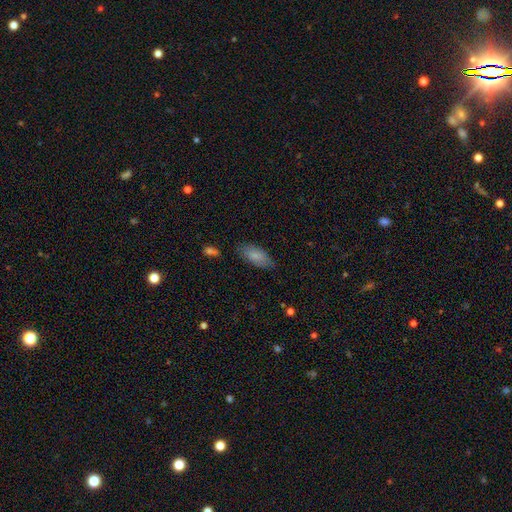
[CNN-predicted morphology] smooth_or_featured: smooth (p=0.81) [alt: featured or disk p=0.13]
how_rounded: in between (p=0.87) [alt: cigar-shaped p=0.11]
merging: none (p=0.76) [alt: minor disturbance p=0.19]